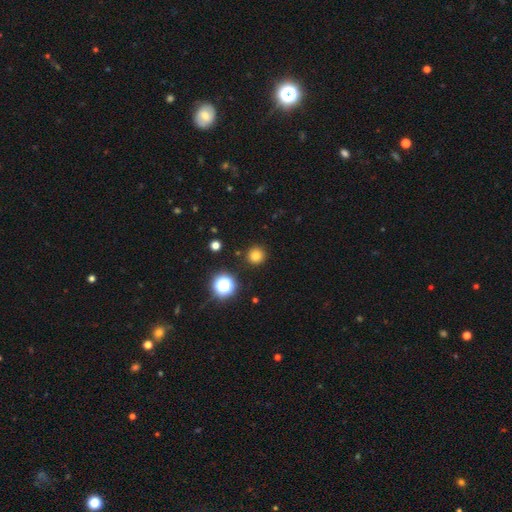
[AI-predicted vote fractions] Smooth or featured?
  - smooth: 79% *
  - star or artifact: 16%
  - featured or disk: 5%
How rounded?
  - round: 95% *
  - in between: 4%
  - cigar-shaped: 1%
Merging?
  - none: 91% *
  - minor disturbance: 6%
  - major disturbance: 2%
  - merger: 2%